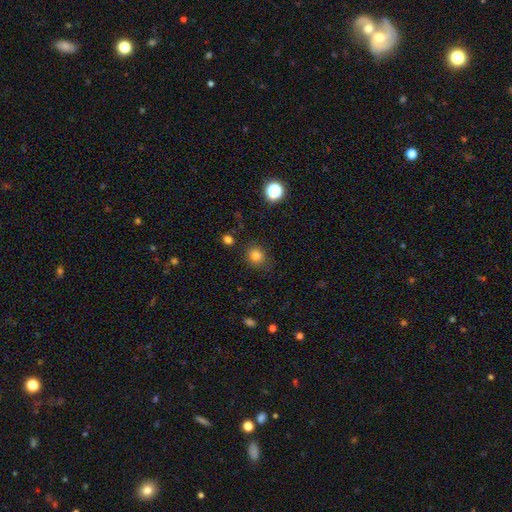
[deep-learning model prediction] The model was most divided on "how rounded": round: 79%, in between: 20%, cigar-shaped: 1%. More confident: merging — none (81%); smooth or featured — smooth (81%).